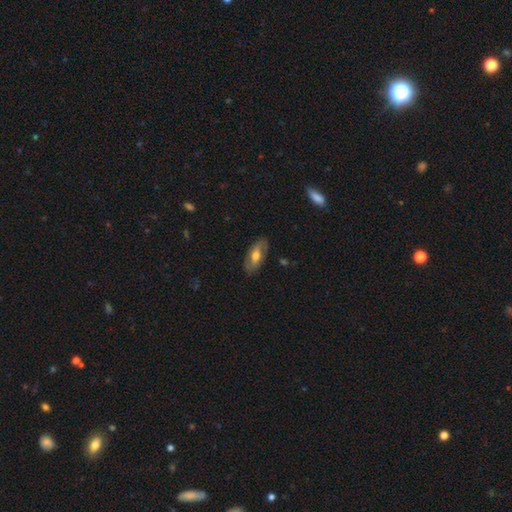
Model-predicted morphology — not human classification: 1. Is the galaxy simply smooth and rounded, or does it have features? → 50% featured or disk, 44% smooth, 6% star or artifact.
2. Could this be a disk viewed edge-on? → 81% no, 19% yes.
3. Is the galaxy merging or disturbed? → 82% none, 13% minor disturbance, 3% major disturbance, 1% merger.